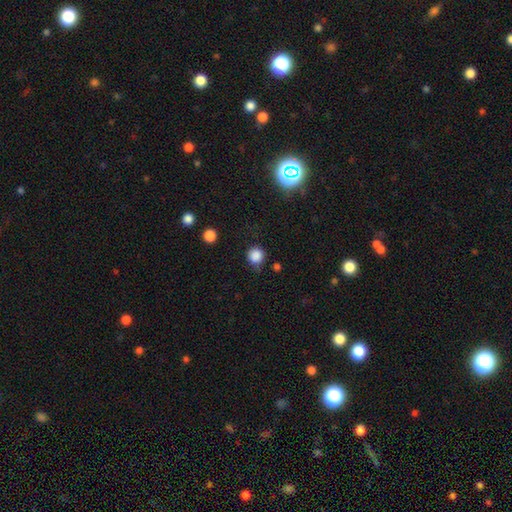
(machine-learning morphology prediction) Q: Smooth or featured?
A: smooth (85%); runner-up: star or artifact (11%)
Q: How rounded?
A: round (91%); runner-up: in between (8%)
Q: Merging?
A: none (76%); runner-up: minor disturbance (17%)